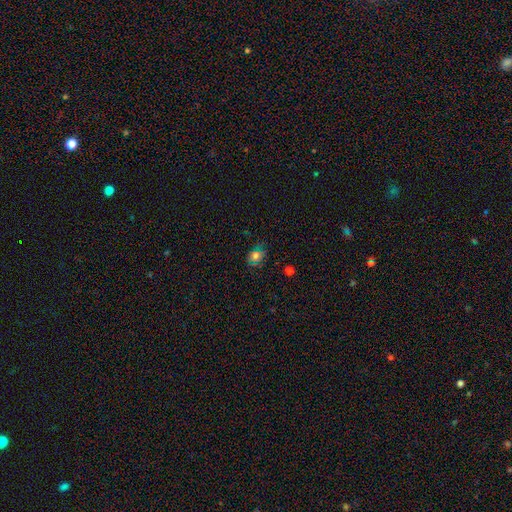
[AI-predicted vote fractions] smooth_or_featured: smooth (p=0.70) [alt: star or artifact p=0.20]
how_rounded: round (p=0.55) [alt: in between p=0.44]
merging: none (p=0.74) [alt: minor disturbance p=0.19]